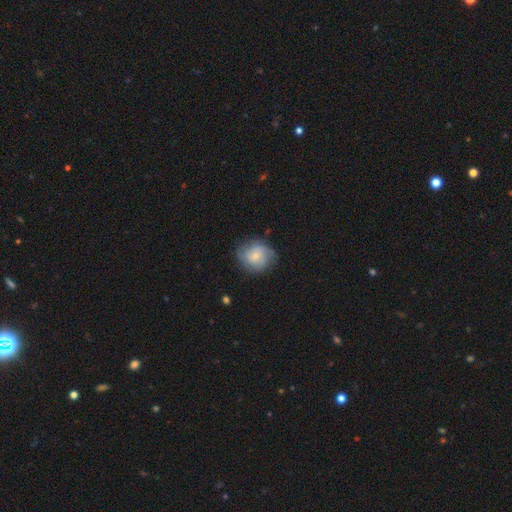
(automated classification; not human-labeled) The model was most divided on "smooth or featured": smooth: 60%, featured or disk: 32%, star or artifact: 7%. More confident: how rounded — round (81%); merging — none (72%).